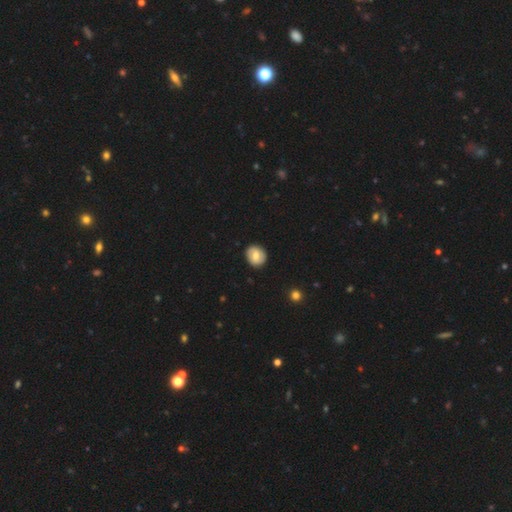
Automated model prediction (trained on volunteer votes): Q: Smooth or featured?
A: smooth (58%); runner-up: featured or disk (35%)
Q: How rounded?
A: round (73%); runner-up: in between (26%)
Q: Merging?
A: none (87%); runner-up: minor disturbance (9%)